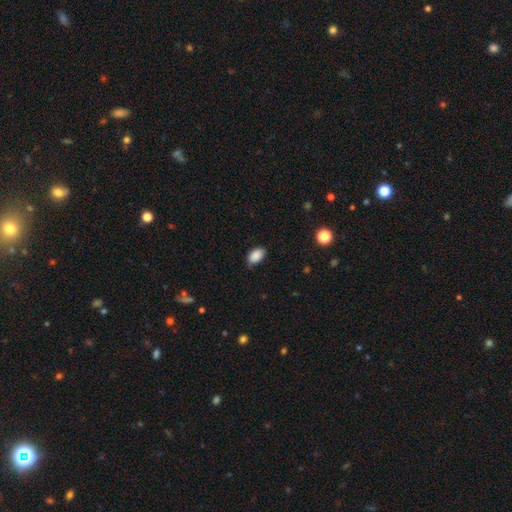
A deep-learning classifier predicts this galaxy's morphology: Smooth or featured?
  - smooth: 88% *
  - star or artifact: 8%
  - featured or disk: 5%
How rounded?
  - in between: 91% *
  - round: 8%
  - cigar-shaped: 1%
Merging?
  - none: 71% *
  - minor disturbance: 24%
  - major disturbance: 4%
  - merger: 1%